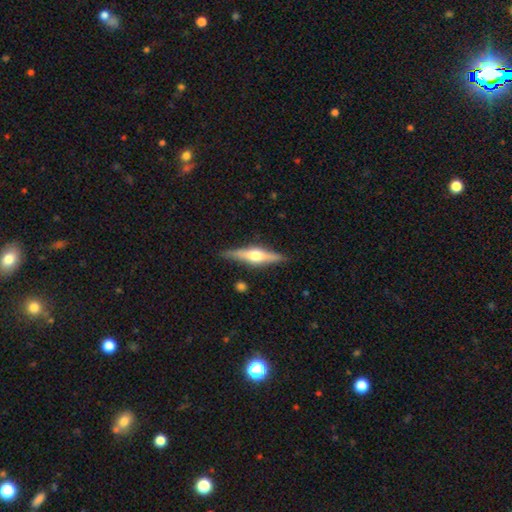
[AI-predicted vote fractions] This appears to be a featured or disk galaxy (69%) viewed edge-on (97%) with a rounded central bulge (93%). Merging: none (87%).